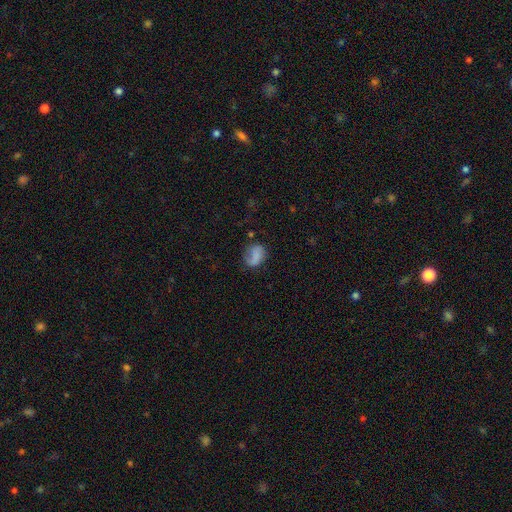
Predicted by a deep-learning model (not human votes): A smooth galaxy with no disk features (70%) that is in between round and cigar-shaped (67%).

Vote fractions:
- Smooth or featured? smooth: 70% / featured or disk: 20% / star or artifact: 11%
- How rounded? in between: 67% / round: 31% / cigar-shaped: 2%
- Merging? none: 54% / minor disturbance: 27% / major disturbance: 15% / merger: 4%